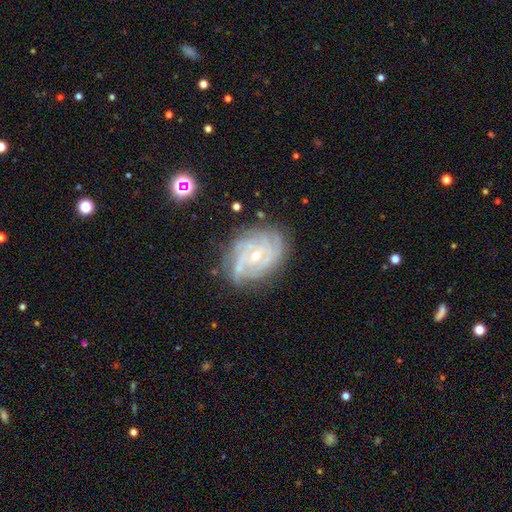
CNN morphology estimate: This is clearly a featured or disk galaxy (85%). It is clearly not viewed edge-on (97%). Bar: possibly no (58%). Spiral arm pattern: clearly yes (96%). Spiral arm count: marginally can't tell (27%). Spiral winding: likely tight (66%). Central bulge: likely small (63%). Merging: likely none (75%).